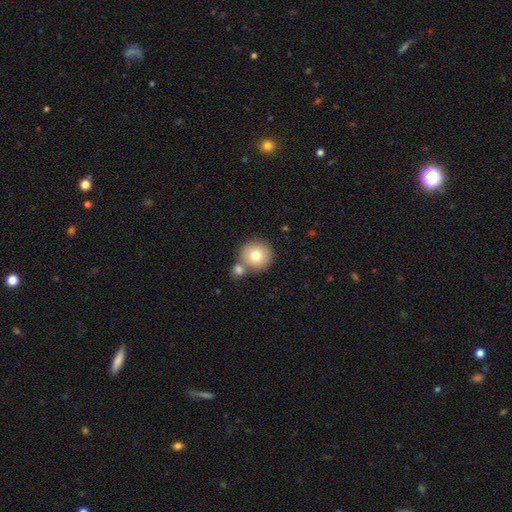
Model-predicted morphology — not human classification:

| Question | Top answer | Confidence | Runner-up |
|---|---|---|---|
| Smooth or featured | smooth | 76% | featured or disk (15%) |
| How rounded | round | 92% | in between (7%) |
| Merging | none | 62% | merger (27%) |